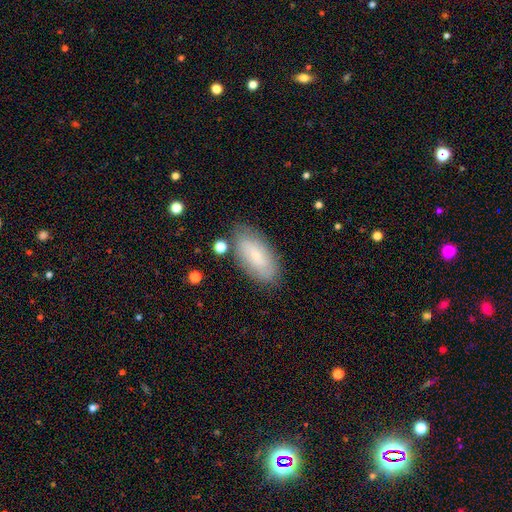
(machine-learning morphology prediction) smooth_or_featured: smooth (p=0.65) [alt: featured or disk p=0.27]
how_rounded: in between (p=0.88) [alt: cigar-shaped p=0.09]
merging: none (p=0.79) [alt: minor disturbance p=0.15]